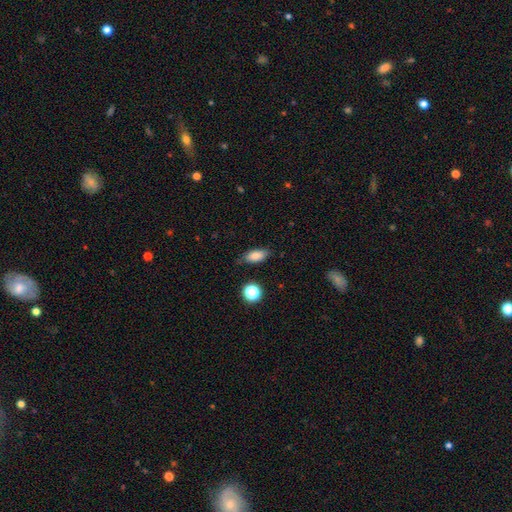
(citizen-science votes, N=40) smooth-or-featured: smooth: 80% | featured or disk: 12% | star or artifact: 8%
  how-rounded: in between: 75% | round: 19% | cigar-shaped: 6%
  merging: none: 89% | minor disturbance: 5% | major disturbance: 3% | merger: 3%